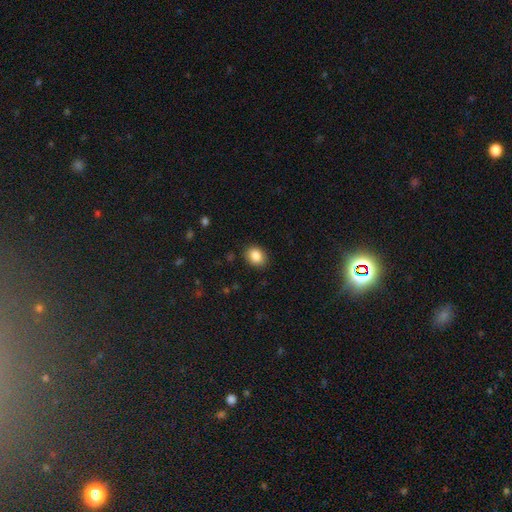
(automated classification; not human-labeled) The model was most divided on "how rounded": in between: 51%, round: 48%, cigar-shaped: 1%. More confident: merging — none (86%); smooth or featured — smooth (86%).